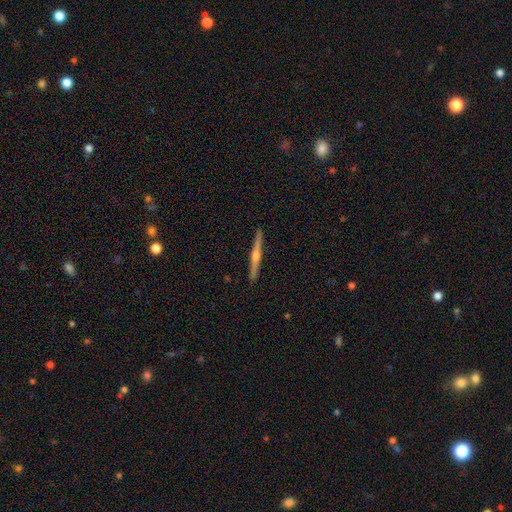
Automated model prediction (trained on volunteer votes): Smooth or featured? featured or disk (76%)
Edge-on disk? yes (98%)
Edge-on bulge? rounded (86%)
Merging? none (92%)